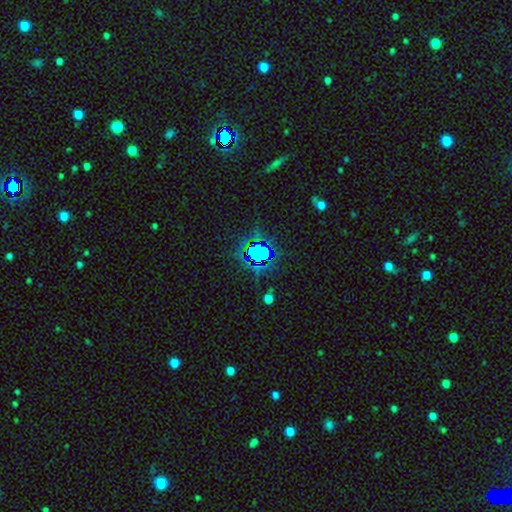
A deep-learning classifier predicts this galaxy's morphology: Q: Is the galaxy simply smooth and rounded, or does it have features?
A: star or artifact — 64%.